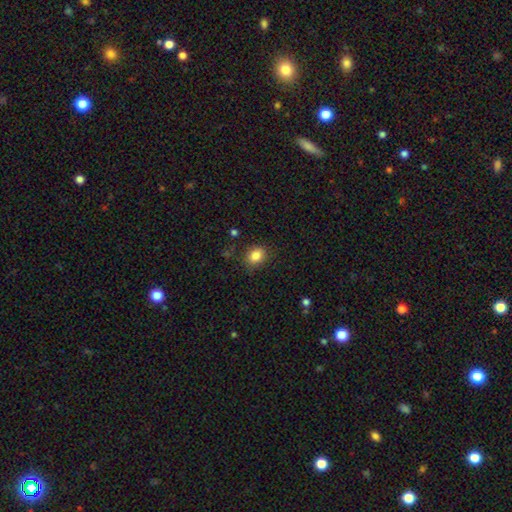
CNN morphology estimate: smooth-or-featured: smooth: 85% | star or artifact: 10% | featured or disk: 6%
  how-rounded: in between: 51% | round: 48% | cigar-shaped: 1%
  merging: none: 82% | minor disturbance: 13% | major disturbance: 3% | merger: 2%